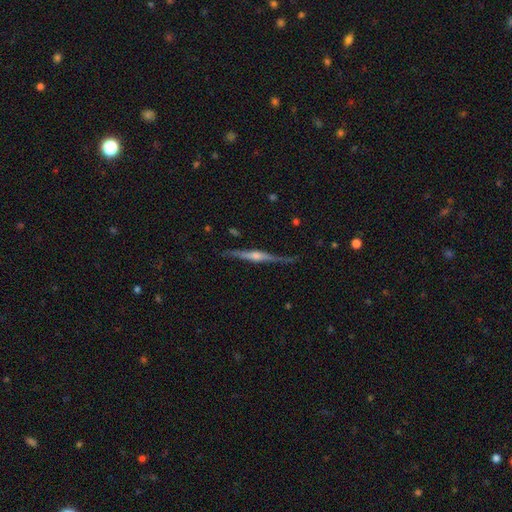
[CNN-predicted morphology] This is clearly a featured or disk galaxy (85%). It is clearly viewed edge-on (98%). Edge-on bulge: clearly rounded (84%). Merging: clearly none (86%).